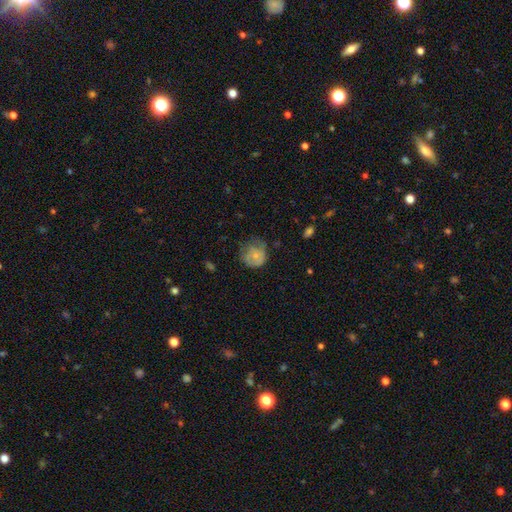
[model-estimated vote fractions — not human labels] Q: Smooth or featured?
A: smooth (64%); runner-up: featured or disk (28%)
Q: How rounded?
A: round (76%); runner-up: in between (23%)
Q: Merging?
A: none (41%); runner-up: minor disturbance (35%)